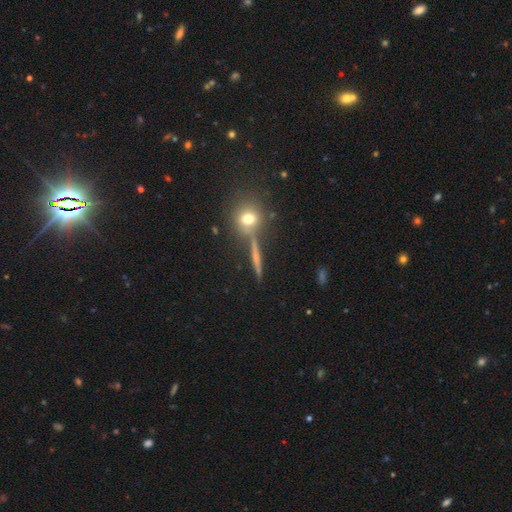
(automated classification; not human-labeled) smooth-or-featured: featured or disk: 48% | smooth: 35% | star or artifact: 17%
  merging: none: 80% | minor disturbance: 9% | merger: 8% | major disturbance: 4%